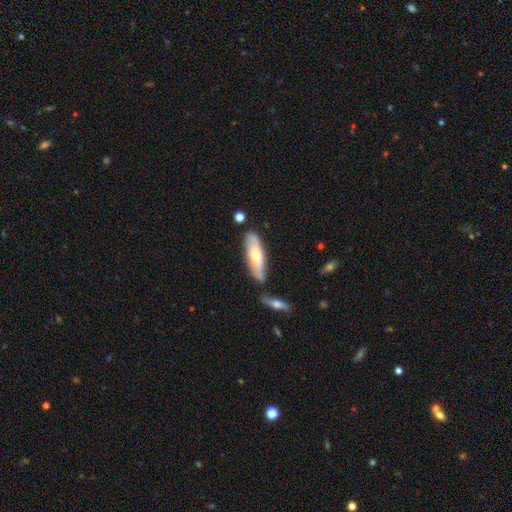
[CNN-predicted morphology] Overall: smooth (54%; featured or disk 40%). How rounded: cigar-shaped (50%; in between 48%). Merging: none (67%).